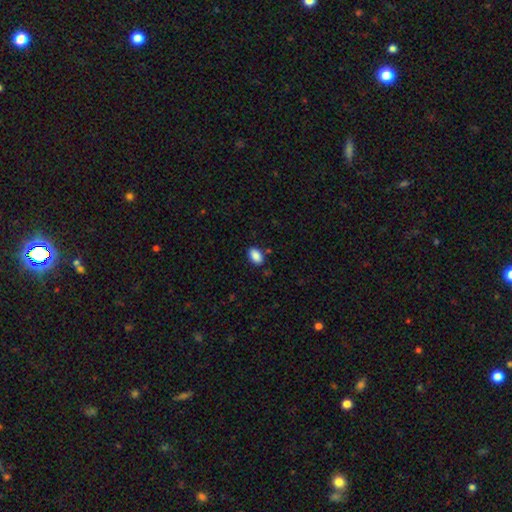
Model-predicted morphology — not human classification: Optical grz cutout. It shows a smooth galaxy with no disk features (89%) that is in between round and cigar-shaped (92%). Merging: none (85%).